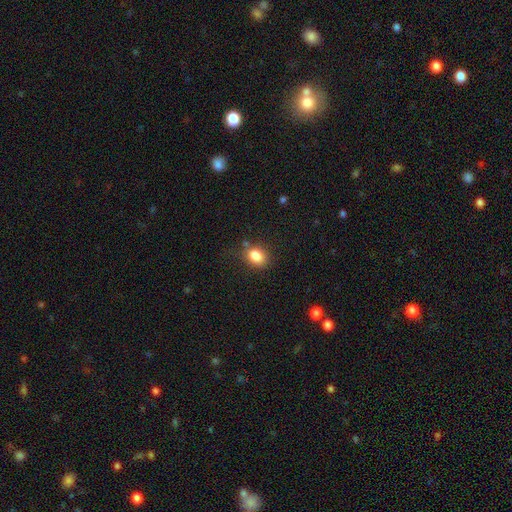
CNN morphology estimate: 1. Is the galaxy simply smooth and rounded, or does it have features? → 84% smooth, 10% star or artifact, 6% featured or disk.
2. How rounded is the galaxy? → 66% in between, 33% round, 1% cigar-shaped.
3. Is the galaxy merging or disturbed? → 71% none, 18% minor disturbance, 5% merger, 5% major disturbance.